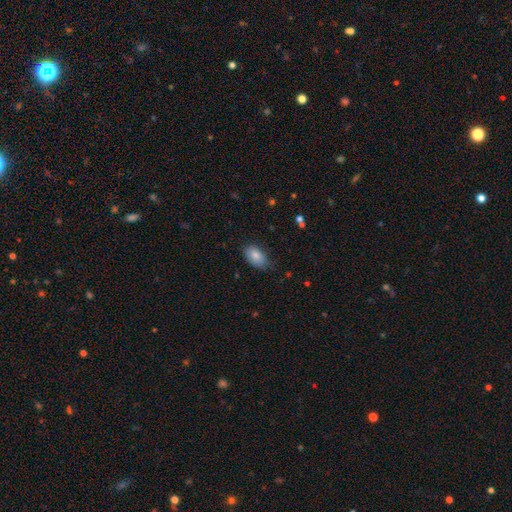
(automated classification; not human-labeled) Q: Smooth or featured?
A: smooth (84%); runner-up: featured or disk (9%)
Q: How rounded?
A: in between (92%); runner-up: round (7%)
Q: Merging?
A: none (70%); runner-up: minor disturbance (25%)